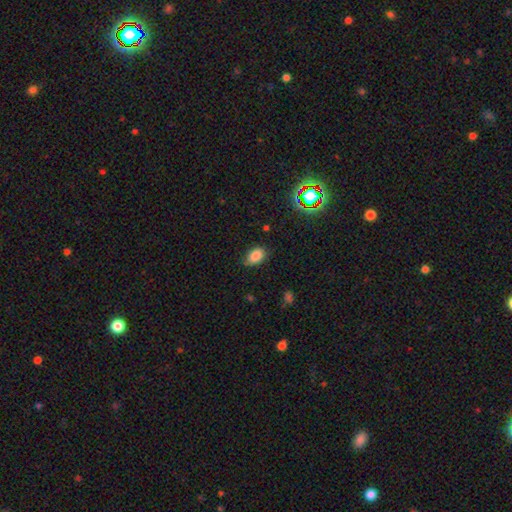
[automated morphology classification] type=smooth (82%); roundness=in between (84%); merging=none (74%).